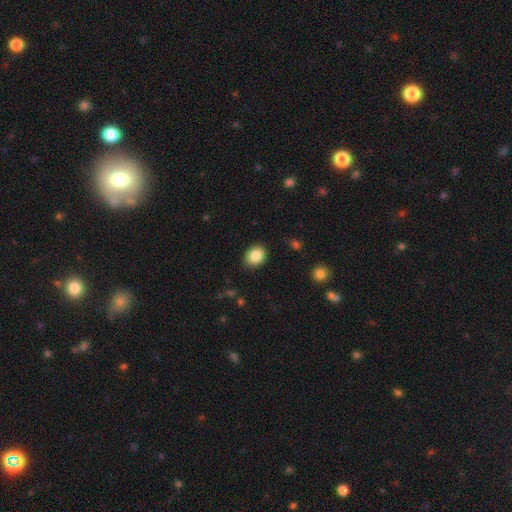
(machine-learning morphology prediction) Smooth or featured? Predicted: smooth (p=0.86). How rounded? Predicted: in between (p=0.52). Merging? Predicted: none (p=0.88).